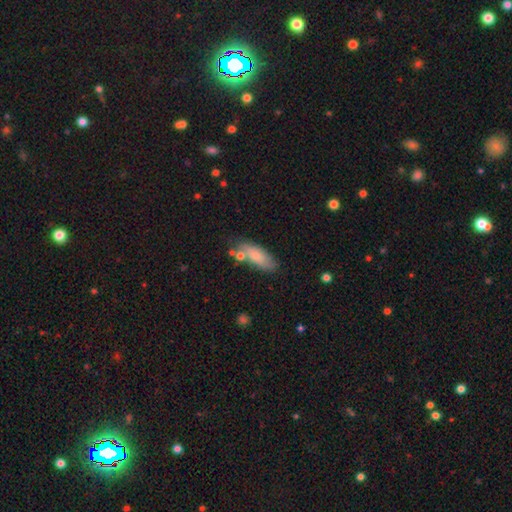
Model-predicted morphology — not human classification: smooth 79%, featured or disk 14%, star or artifact 7%. Down the decision tree: how rounded — in between (73%); merging — none (64%).